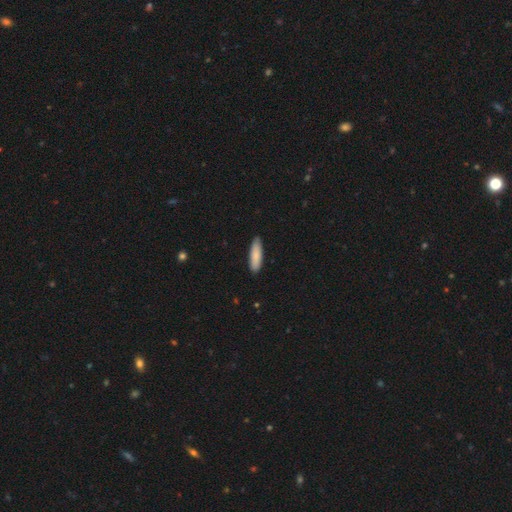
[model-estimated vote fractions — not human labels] This appears to be a smooth galaxy with no disk features (85%) that is cigar-shaped (61%). Merging: none (87%).